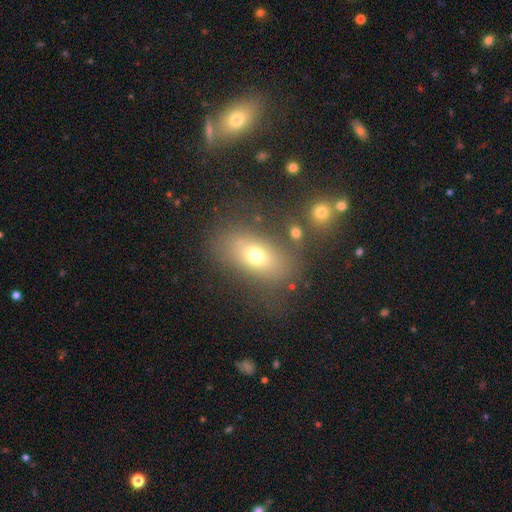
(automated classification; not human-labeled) Smooth or featured? smooth (67%)
How rounded? in between (82%)
Merging? none (65%)